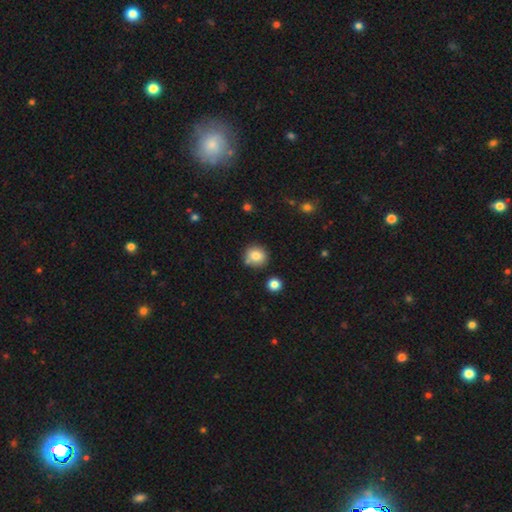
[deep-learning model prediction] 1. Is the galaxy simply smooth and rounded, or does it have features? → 81% smooth, 10% star or artifact, 9% featured or disk.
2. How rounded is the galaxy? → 86% round, 13% in between, 1% cigar-shaped.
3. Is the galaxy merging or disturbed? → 76% none, 11% minor disturbance, 11% merger, 3% major disturbance.